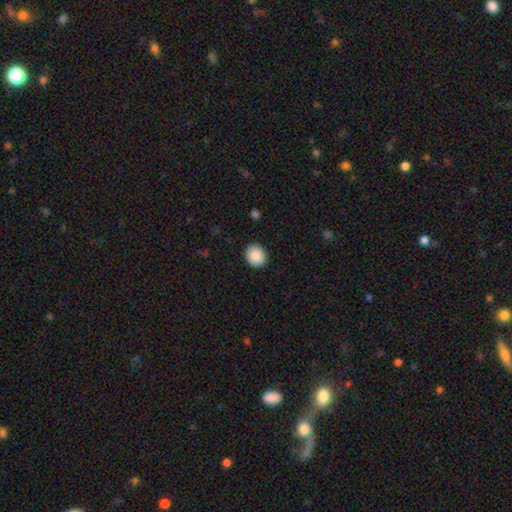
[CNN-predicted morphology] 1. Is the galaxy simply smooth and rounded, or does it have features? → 89% smooth, 8% star or artifact, 3% featured or disk.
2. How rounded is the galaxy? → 73% round, 26% in between, 1% cigar-shaped.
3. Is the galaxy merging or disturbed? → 90% none, 7% minor disturbance, 2% major disturbance, 1% merger.